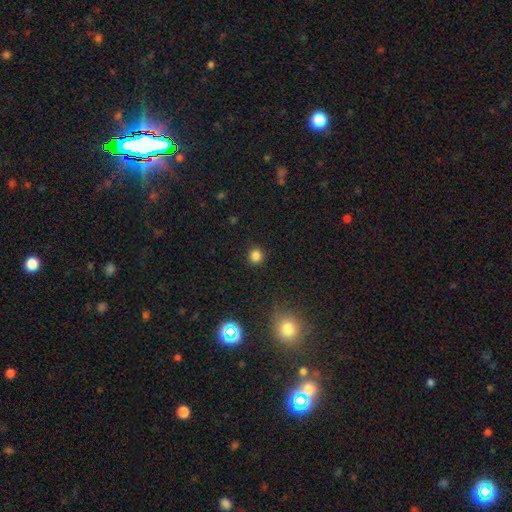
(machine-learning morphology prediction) This is clearly a smooth galaxy (81%). How rounded: clearly round (90%). Merging: clearly none (90%).